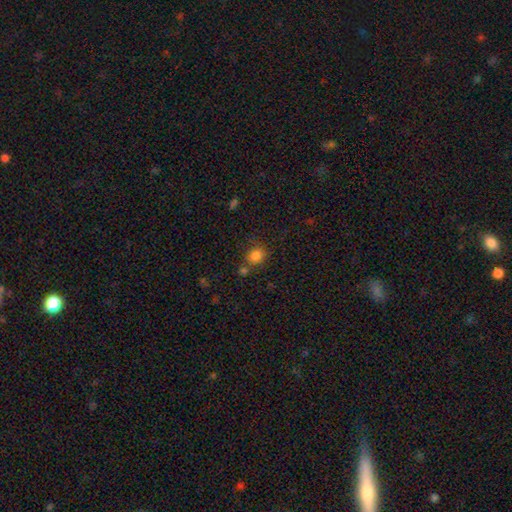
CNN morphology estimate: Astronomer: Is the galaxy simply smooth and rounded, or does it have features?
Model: smooth — 82%.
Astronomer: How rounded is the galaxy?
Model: round — 71%.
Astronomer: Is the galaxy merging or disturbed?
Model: none — 67%.